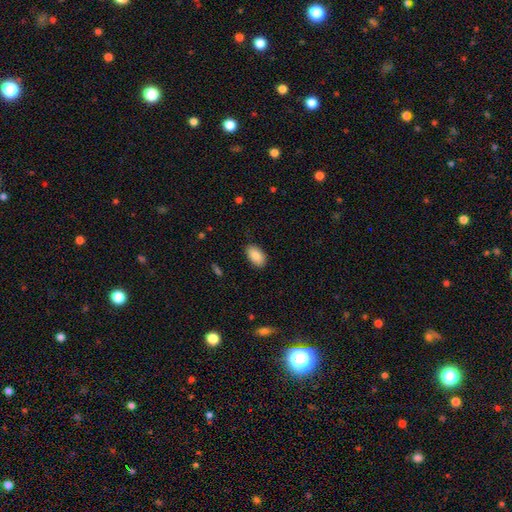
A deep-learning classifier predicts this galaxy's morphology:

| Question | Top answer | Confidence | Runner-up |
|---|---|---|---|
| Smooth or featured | smooth | 88% | star or artifact (7%) |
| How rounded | in between | 93% | round (5%) |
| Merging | none | 87% | minor disturbance (10%) |